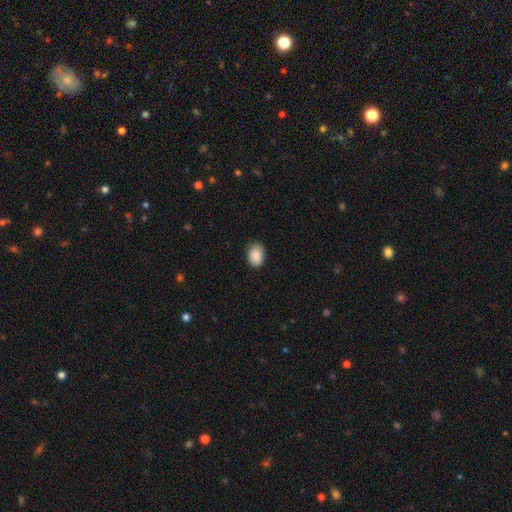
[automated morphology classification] Smooth or featured?
  - smooth: 89% *
  - star or artifact: 7%
  - featured or disk: 3%
How rounded?
  - in between: 77% *
  - round: 22%
  - cigar-shaped: 1%
Merging?
  - none: 78% *
  - minor disturbance: 18%
  - major disturbance: 3%
  - merger: 1%